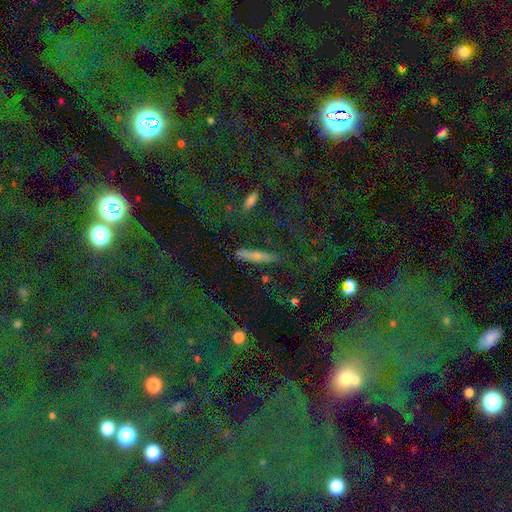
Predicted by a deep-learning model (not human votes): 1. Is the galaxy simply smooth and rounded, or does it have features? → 57% smooth, 28% featured or disk, 15% star or artifact.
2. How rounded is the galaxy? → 87% cigar-shaped, 10% in between, 4% round.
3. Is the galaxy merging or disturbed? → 82% none, 12% minor disturbance, 4% major disturbance, 2% merger.